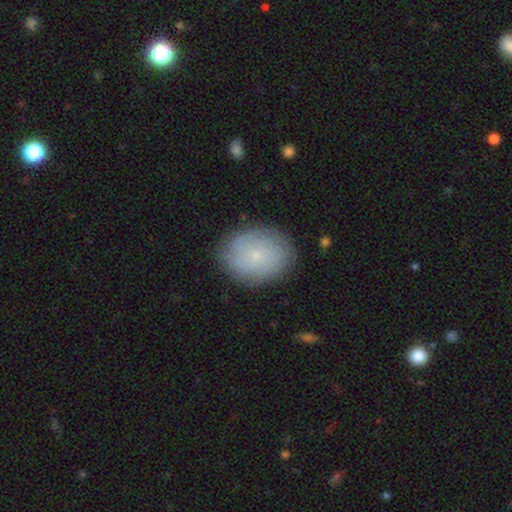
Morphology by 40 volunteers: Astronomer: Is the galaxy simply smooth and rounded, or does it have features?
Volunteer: smooth — 50% (runner-up: featured or disk, 48%).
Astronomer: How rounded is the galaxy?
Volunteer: in between — 60% (runner-up: round, 40%).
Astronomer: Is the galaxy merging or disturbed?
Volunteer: none — 82%.